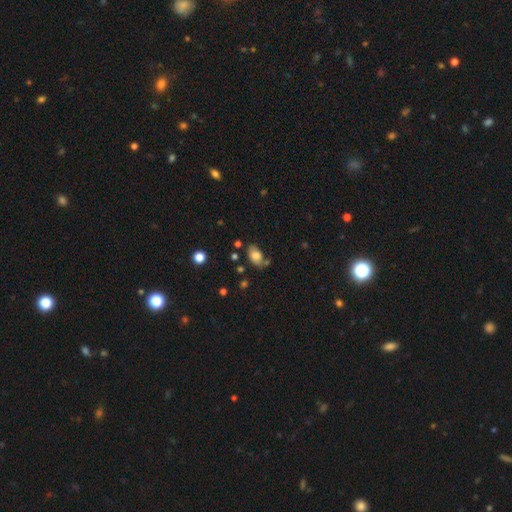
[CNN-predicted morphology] Smooth or featured: smooth — 74% (featured or disk — 16%)
How rounded: in between — 90% (round — 8%)
Merging: none — 53% (minor disturbance — 26%)